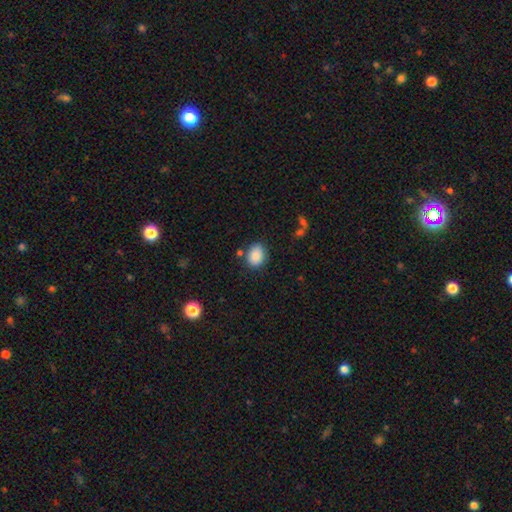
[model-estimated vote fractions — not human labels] smooth_or_featured: smooth (p=0.88) [alt: star or artifact p=0.08]
how_rounded: in between (p=0.59) [alt: round p=0.40]
merging: none (p=0.79) [alt: minor disturbance p=0.13]